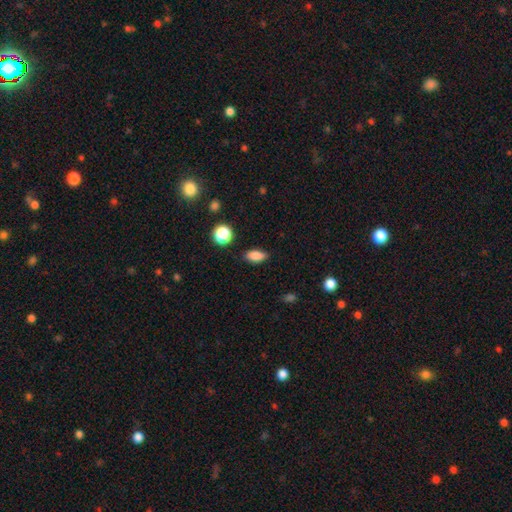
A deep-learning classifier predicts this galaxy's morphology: Q: Smooth or featured?
A: smooth (84%); runner-up: star or artifact (10%)
Q: How rounded?
A: in between (84%); runner-up: cigar-shaped (9%)
Q: Merging?
A: none (84%); runner-up: minor disturbance (12%)